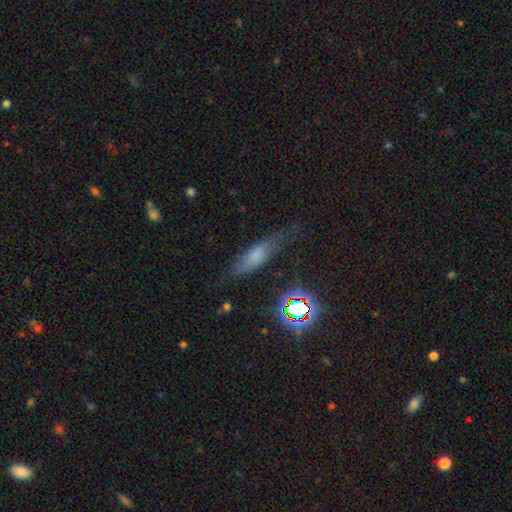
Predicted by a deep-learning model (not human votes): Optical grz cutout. It shows a smooth galaxy with no disk features (58%) that is cigar-shaped (51%). Merging: none (53%).